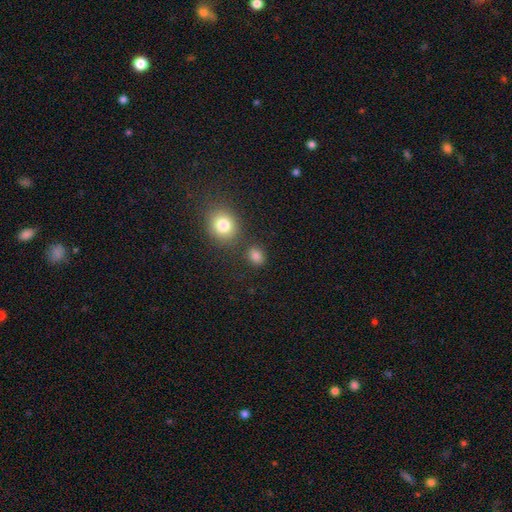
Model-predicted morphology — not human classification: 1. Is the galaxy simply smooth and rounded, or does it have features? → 83% smooth, 12% star or artifact, 5% featured or disk.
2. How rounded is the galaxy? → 51% round, 48% in between, 1% cigar-shaped.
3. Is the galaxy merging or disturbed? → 77% none, 11% minor disturbance, 9% merger, 4% major disturbance.